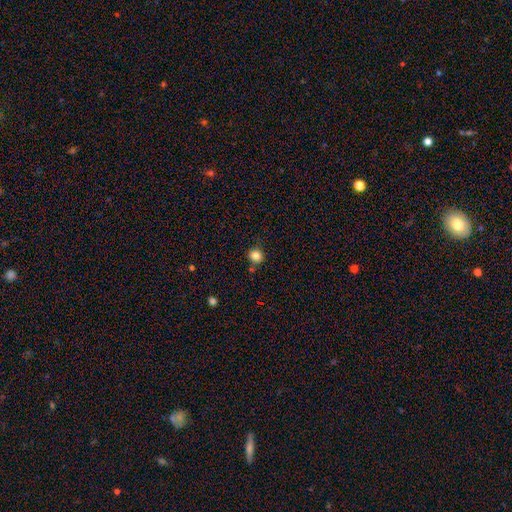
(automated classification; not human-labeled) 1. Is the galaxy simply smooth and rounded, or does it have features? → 84% smooth, 11% star or artifact, 5% featured or disk.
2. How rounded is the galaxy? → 85% round, 14% in between, 1% cigar-shaped.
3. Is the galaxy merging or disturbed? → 77% none, 13% minor disturbance, 7% merger, 3% major disturbance.